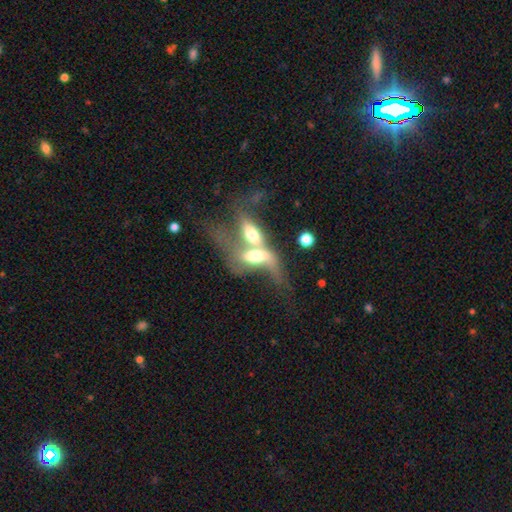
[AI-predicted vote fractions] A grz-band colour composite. It shows a featured or disk galaxy (50%). Merging: merger (80%).